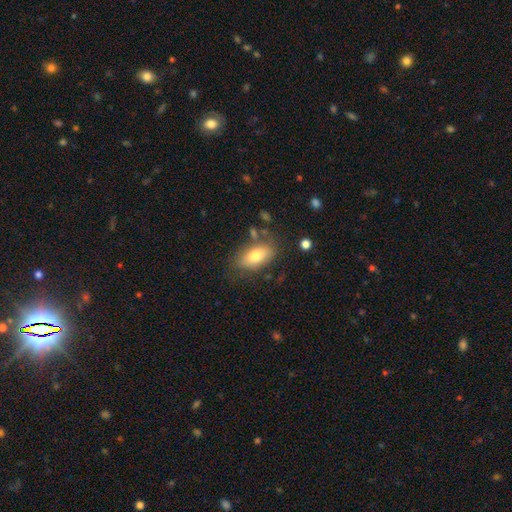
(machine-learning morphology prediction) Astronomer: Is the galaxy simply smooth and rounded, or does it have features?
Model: smooth — 75%.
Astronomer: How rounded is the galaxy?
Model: in between — 89%.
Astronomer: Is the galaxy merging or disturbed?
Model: none — 75%.